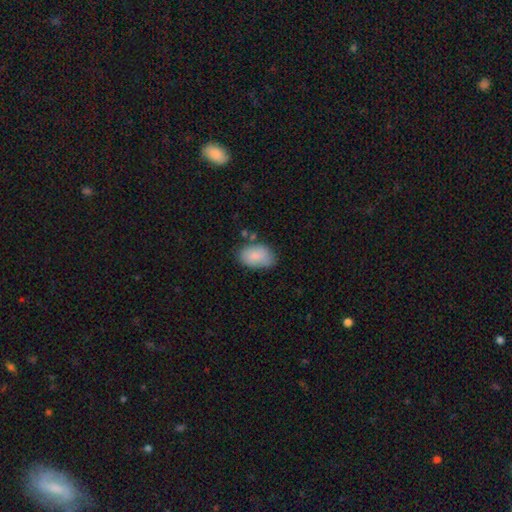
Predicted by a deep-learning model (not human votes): Smooth or featured? smooth (85%)
How rounded? in between (90%)
Merging? none (65%)